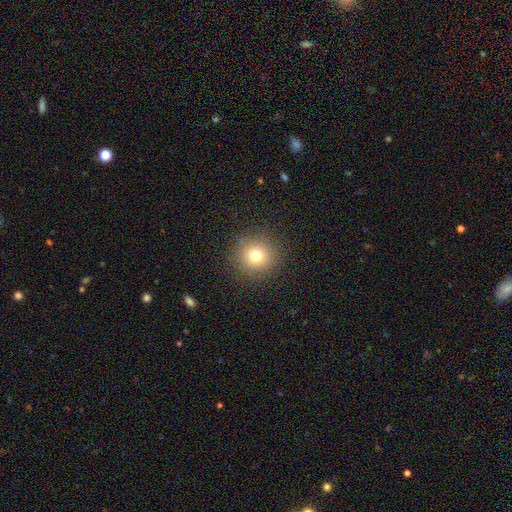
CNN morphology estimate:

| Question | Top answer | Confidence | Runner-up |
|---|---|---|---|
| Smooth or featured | smooth | 75% | star or artifact (15%) |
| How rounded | round | 94% | in between (5%) |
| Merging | none | 90% | minor disturbance (6%) |